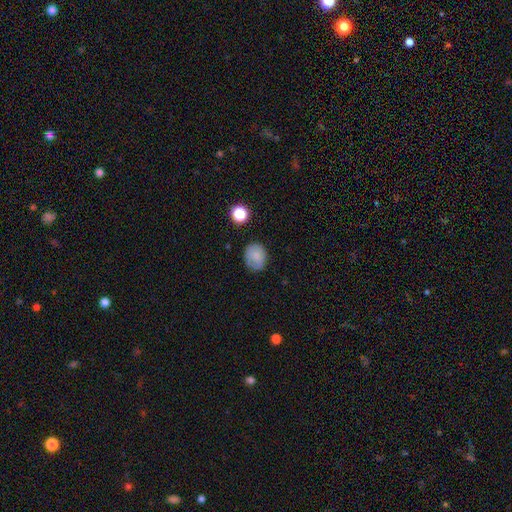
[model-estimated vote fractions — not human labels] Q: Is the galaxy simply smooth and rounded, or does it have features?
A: smooth — 77%.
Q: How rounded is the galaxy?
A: round — 64%.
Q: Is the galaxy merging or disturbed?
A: none — 76%.